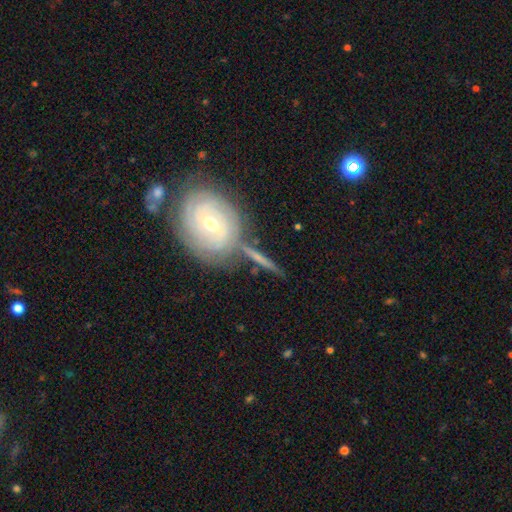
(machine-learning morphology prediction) type=featured or disk (67%); edge-on=no (76%); bar=no (58%); spiral arms=yes (76%); bulge=small (51%); merging=none (65%).